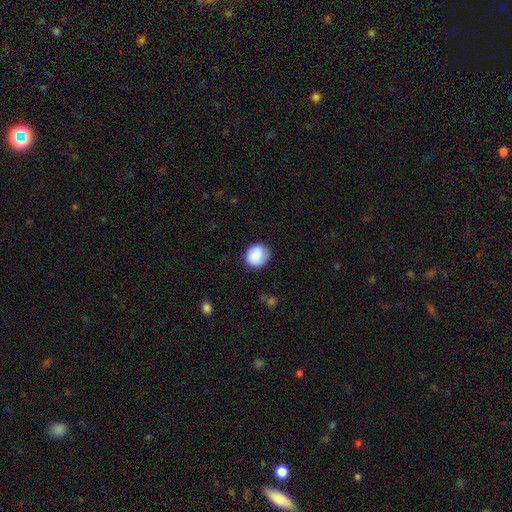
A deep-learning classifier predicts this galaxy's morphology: A smooth galaxy with no disk features (82%) that is round (78%). Merging: none (82%).